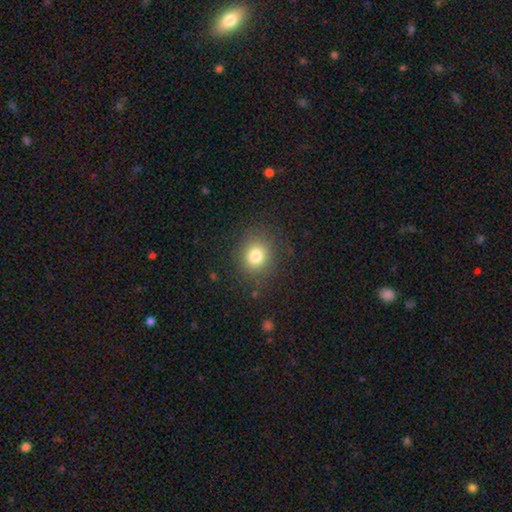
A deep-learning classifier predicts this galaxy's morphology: smooth 80%, star or artifact 13%, featured or disk 8%. Down the decision tree: how rounded — round (79%); merging — none (86%).